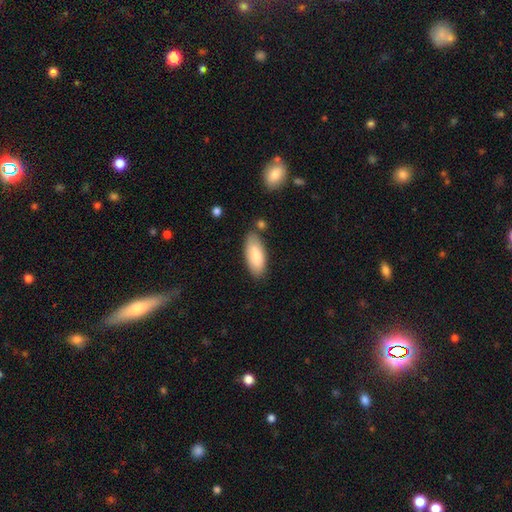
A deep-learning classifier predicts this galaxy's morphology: smooth 82%, featured or disk 12%, star or artifact 6%. Down the decision tree: how rounded — in between (81%); merging — none (78%).